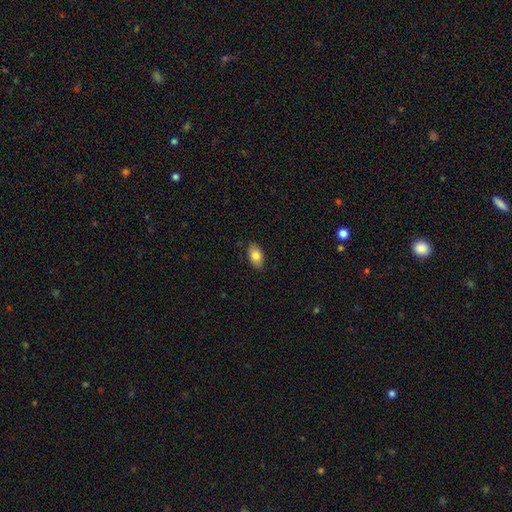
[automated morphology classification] Smooth or featured?
  - smooth: 81% *
  - featured or disk: 12%
  - star or artifact: 7%
How rounded?
  - in between: 92% *
  - round: 5%
  - cigar-shaped: 2%
Merging?
  - none: 87% *
  - minor disturbance: 10%
  - major disturbance: 2%
  - merger: 1%